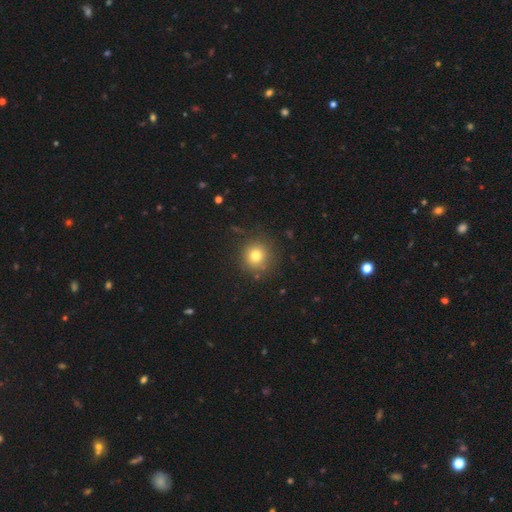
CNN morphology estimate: Smooth or featured?
  - smooth: 78% *
  - star or artifact: 14%
  - featured or disk: 9%
How rounded?
  - round: 93% *
  - in between: 6%
  - cigar-shaped: 1%
Merging?
  - none: 87% *
  - minor disturbance: 8%
  - major disturbance: 3%
  - merger: 2%